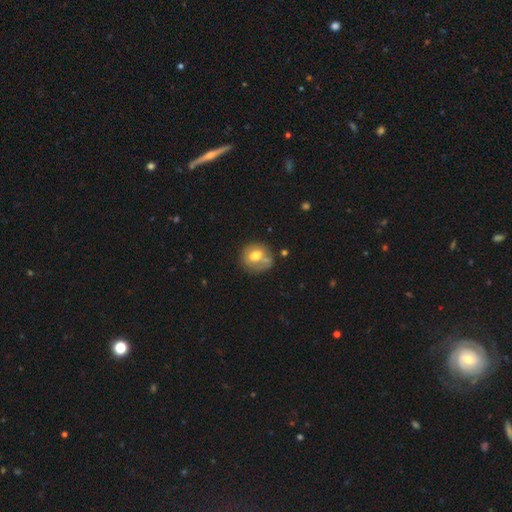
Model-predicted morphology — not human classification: This is likely a smooth galaxy (62%). How rounded: likely round (76%). Merging: possibly none (60%).